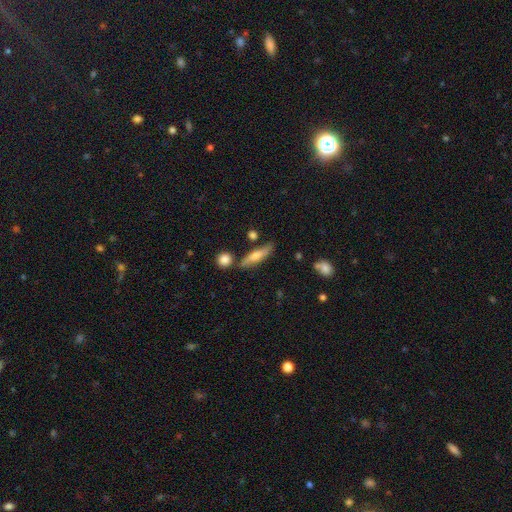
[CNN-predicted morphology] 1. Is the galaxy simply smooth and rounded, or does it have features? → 55% smooth, 38% featured or disk, 8% star or artifact.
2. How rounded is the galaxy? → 71% cigar-shaped, 25% in between, 3% round.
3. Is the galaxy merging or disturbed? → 73% none, 17% minor disturbance, 6% merger, 4% major disturbance.